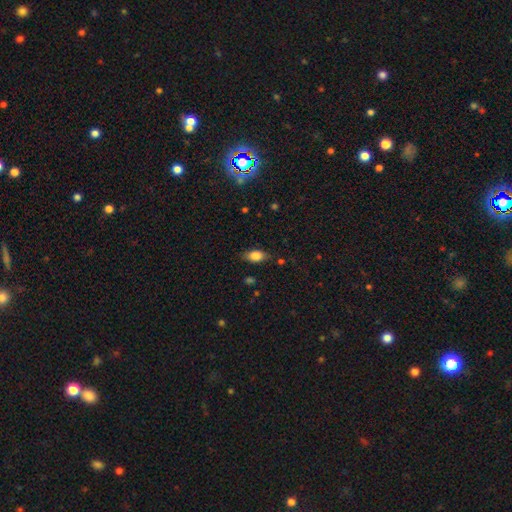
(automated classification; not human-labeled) Morphology: type=smooth (83%); roundness=in between (87%); merging=none (79%).